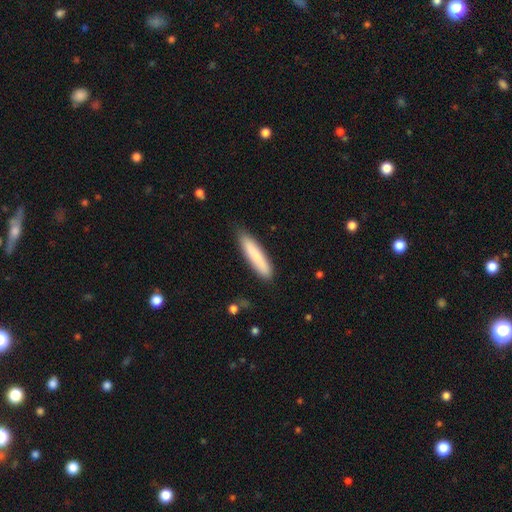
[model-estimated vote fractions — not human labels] A smooth galaxy with no disk features (79%) that is cigar-shaped (86%). Merging: none (83%).